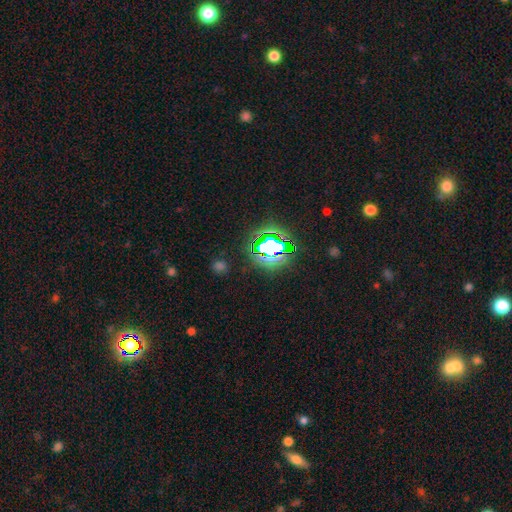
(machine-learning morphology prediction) Smooth or featured: star or artifact — 78% (smooth — 14%)